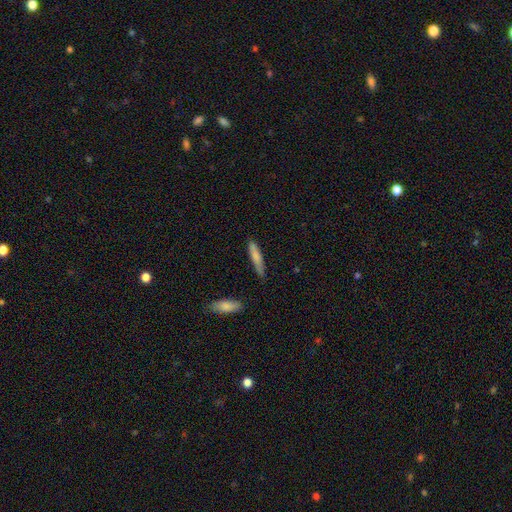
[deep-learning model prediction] The model was most divided on "merging": none: 76%, minor disturbance: 18%, major disturbance: 3%, merger: 3%. More confident: how rounded — cigar-shaped (88%); smooth or featured — smooth (77%).